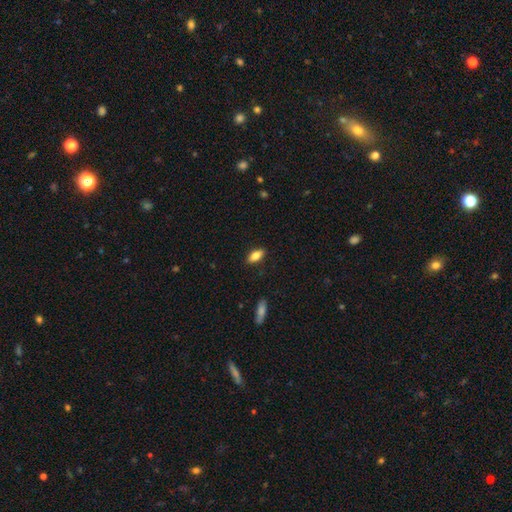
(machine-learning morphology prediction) A smooth galaxy with no disk features (79%) that is in between round and cigar-shaped (85%). Merging: none (87%).